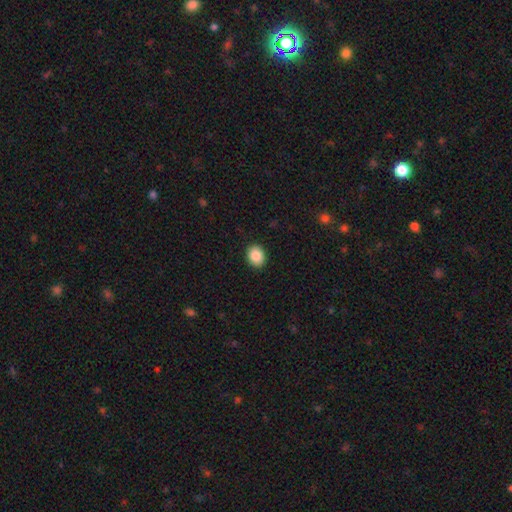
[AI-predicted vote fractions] A smooth galaxy with no disk features (87%) that is round (59%).

Vote fractions:
- Smooth or featured? smooth: 87% / star or artifact: 8% / featured or disk: 5%
- How rounded? round: 59% / in between: 40% / cigar-shaped: 1%
- Merging? none: 91% / minor disturbance: 6% / major disturbance: 2% / merger: 1%